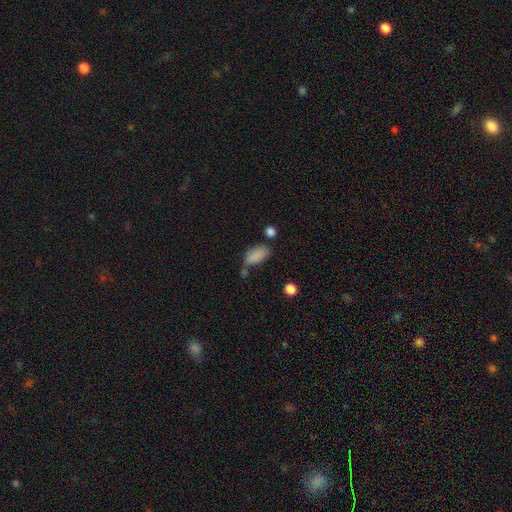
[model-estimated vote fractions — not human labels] Smooth or featured? smooth (85%)
How rounded? in between (91%)
Merging? none (52%)